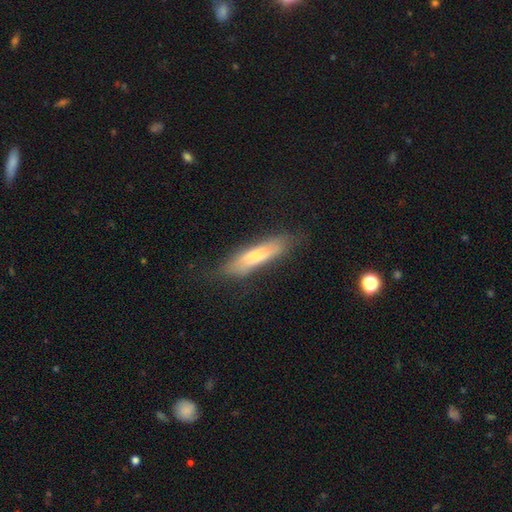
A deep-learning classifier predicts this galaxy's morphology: smooth-or-featured: smooth: 63% | featured or disk: 30% | star or artifact: 7%
  how-rounded: cigar-shaped: 74% | in between: 24% | round: 2%
  merging: none: 72% | minor disturbance: 19% | major disturbance: 6% | merger: 2%